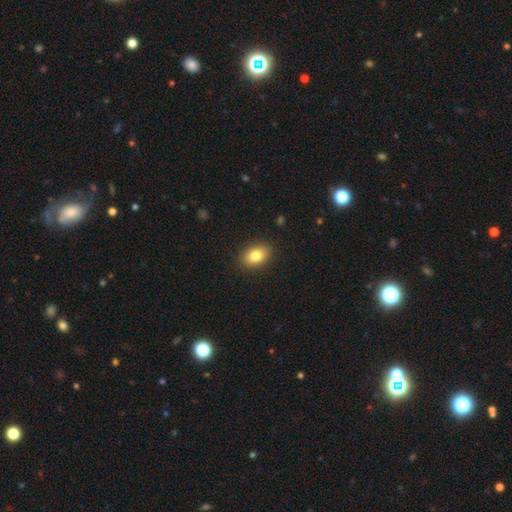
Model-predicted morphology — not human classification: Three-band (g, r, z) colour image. It shows a smooth galaxy with no disk features (82%) that is in between round and cigar-shaped (79%). Merging: none (89%).